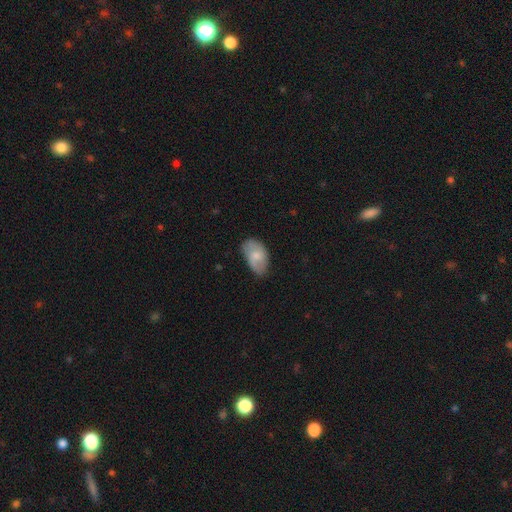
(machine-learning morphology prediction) Q: Smooth or featured?
A: smooth (65%); runner-up: featured or disk (29%)
Q: How rounded?
A: in between (92%); runner-up: round (7%)
Q: Merging?
A: none (59%); runner-up: minor disturbance (31%)